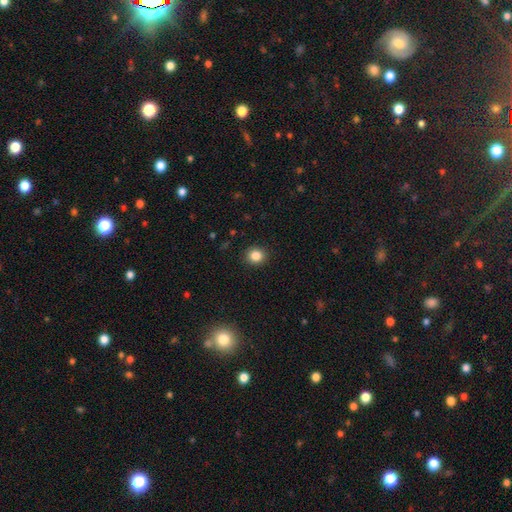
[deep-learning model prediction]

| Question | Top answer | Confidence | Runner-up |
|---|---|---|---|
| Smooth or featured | smooth | 85% | star or artifact (11%) |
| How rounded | round | 85% | in between (14%) |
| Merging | none | 91% | minor disturbance (6%) |